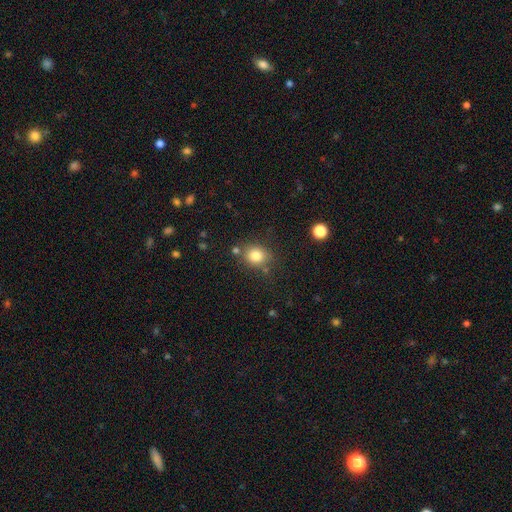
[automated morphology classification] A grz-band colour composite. It shows a smooth galaxy with no disk features (80%) that is round (69%). Merging: none (74%).